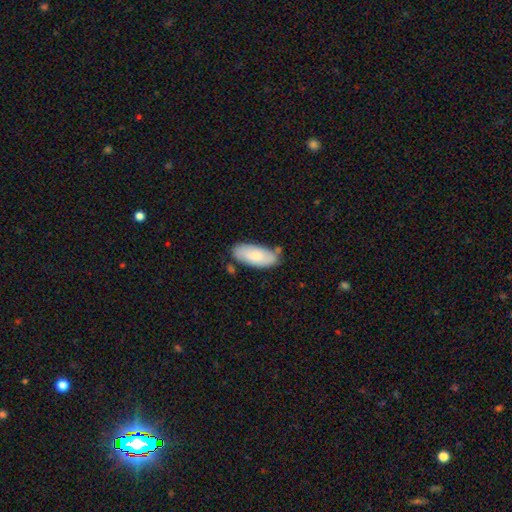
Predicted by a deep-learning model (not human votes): A smooth galaxy with no disk features (74%) that is in between round and cigar-shaped (87%). Merging: none (69%).